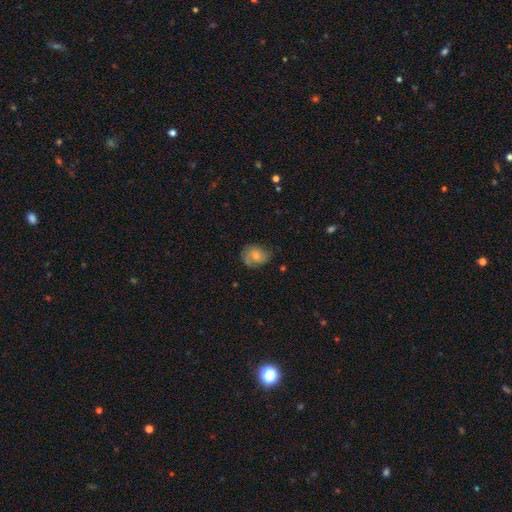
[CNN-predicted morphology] A smooth galaxy with no disk features (64%) that is round (52%).

Vote fractions:
- Smooth or featured? smooth: 64% / featured or disk: 27% / star or artifact: 8%
- How rounded? round: 52% / in between: 47% / cigar-shaped: 1%
- Merging? none: 56% / minor disturbance: 31% / major disturbance: 12% / merger: 2%